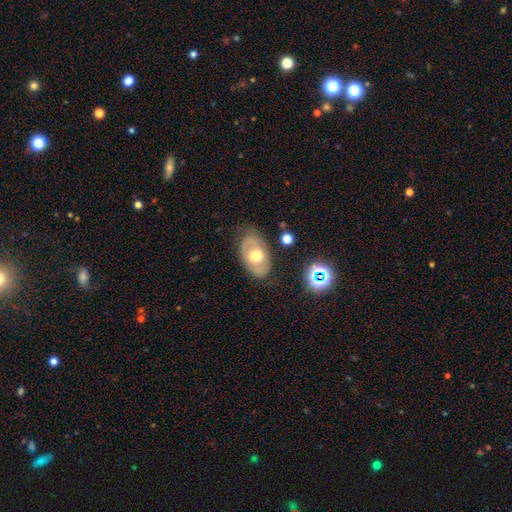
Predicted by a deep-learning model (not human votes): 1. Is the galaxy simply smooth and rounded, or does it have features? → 53% featured or disk, 39% smooth, 8% star or artifact.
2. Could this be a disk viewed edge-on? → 91% no, 9% yes.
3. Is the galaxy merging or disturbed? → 72% none, 18% minor disturbance, 7% major disturbance, 2% merger.